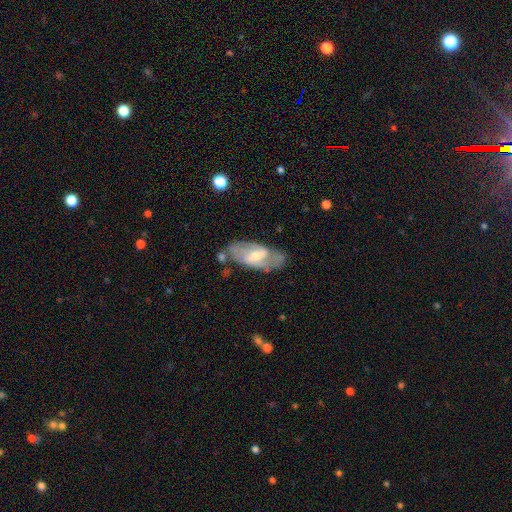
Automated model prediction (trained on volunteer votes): This is likely a featured or disk galaxy (72%). It is clearly not viewed edge-on (91%). Bar: possibly weak (48%). Spiral arm pattern: likely yes (78%). Spiral arm count: likely 2 (68%). Spiral winding: possibly medium (46%). Central bulge: possibly moderate (47%). Merging: likely none (66%).